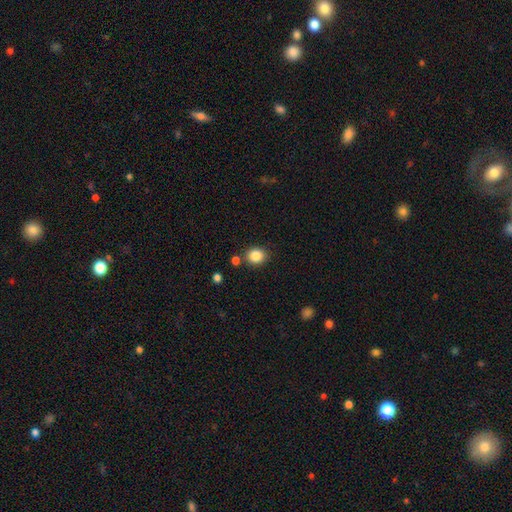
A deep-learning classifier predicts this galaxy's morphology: smooth 86%, star or artifact 10%, featured or disk 4%. Down the decision tree: how rounded — round (72%); merging — none (81%).